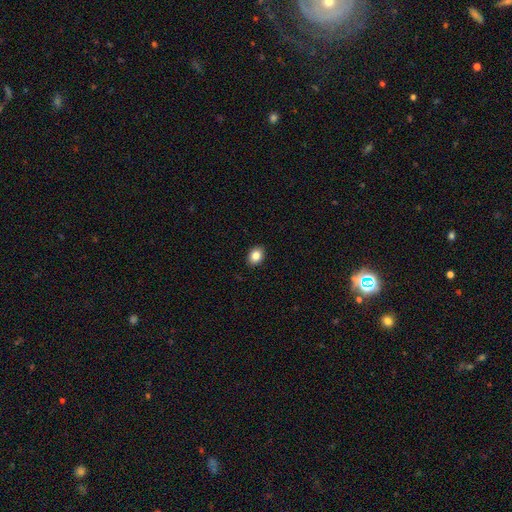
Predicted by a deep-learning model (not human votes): The model was most divided on "how rounded": in between: 62%, round: 37%, cigar-shaped: 1%. More confident: merging — none (90%); smooth or featured — smooth (85%).